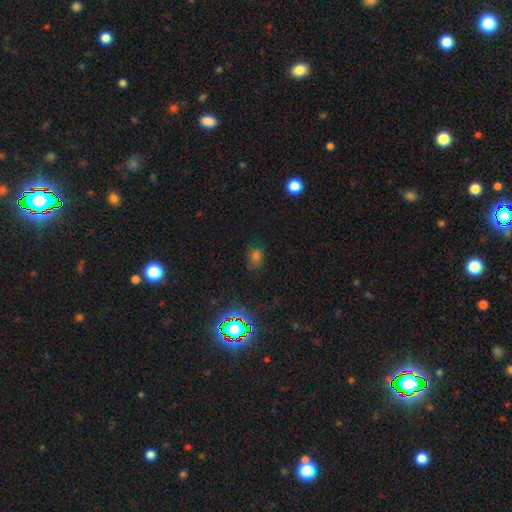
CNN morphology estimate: Overall: smooth (52%; star or artifact 39%). How rounded: in between (60%; round 38%). Merging: none (75%).